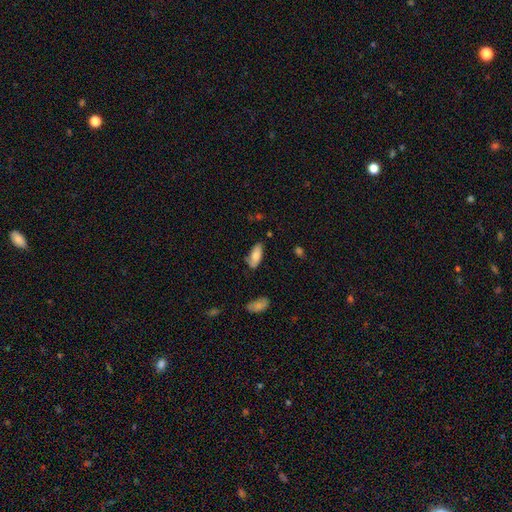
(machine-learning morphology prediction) A smooth galaxy with no disk features (81%) that is in between round and cigar-shaped (82%).

Vote fractions:
- Smooth or featured? smooth: 81% / featured or disk: 13% / star or artifact: 7%
- How rounded? in between: 82% / cigar-shaped: 16% / round: 2%
- Merging? none: 76% / minor disturbance: 18% / major disturbance: 3% / merger: 3%